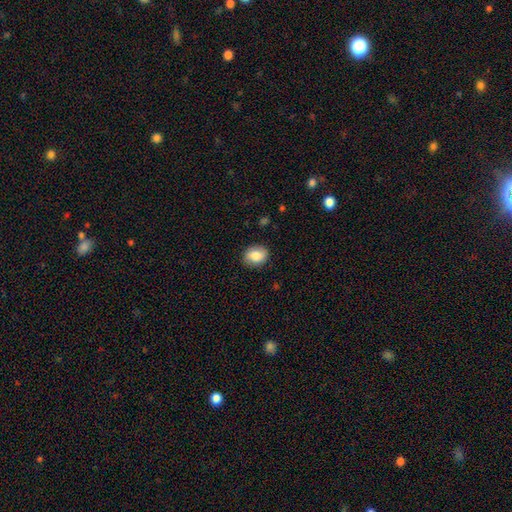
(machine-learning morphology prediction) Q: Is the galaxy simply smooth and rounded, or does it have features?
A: smooth — 79%.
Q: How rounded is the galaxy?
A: round — 50%.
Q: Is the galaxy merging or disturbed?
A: none — 87%.